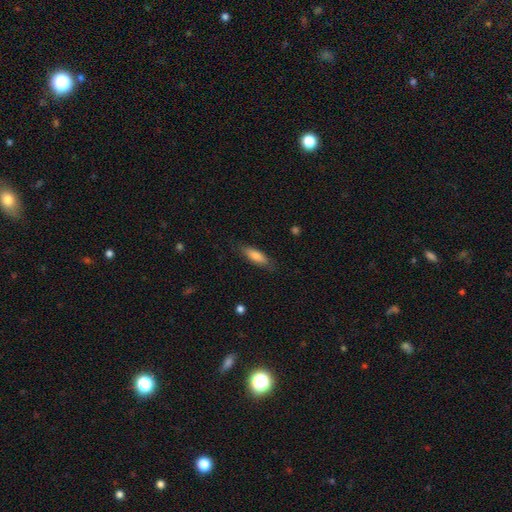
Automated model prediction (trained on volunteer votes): Overall: smooth (79%). How rounded: in between (52%; cigar-shaped 46%). Merging: none (81%).